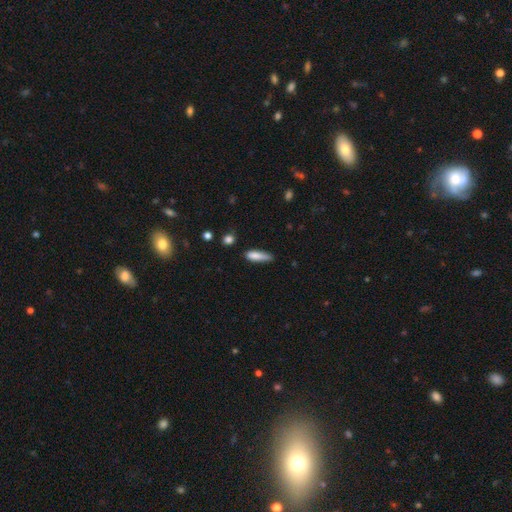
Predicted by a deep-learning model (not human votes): A smooth galaxy with no disk features (81%) that is cigar-shaped (65%). Merging: none (58%).